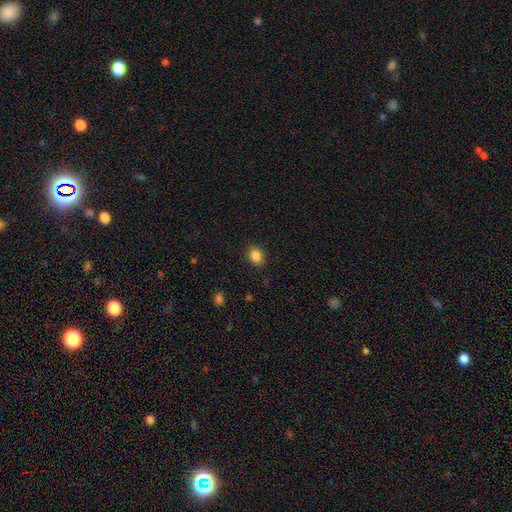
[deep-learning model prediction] A smooth galaxy with no disk features (86%) that is in between round and cigar-shaped (50%). Merging: none (88%).